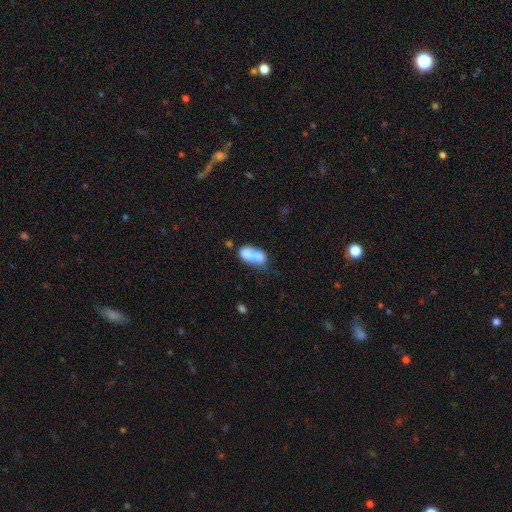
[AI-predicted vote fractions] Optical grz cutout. It shows a smooth galaxy with no disk features (71%) that is in between round and cigar-shaped (64%). Merging: none (33%).